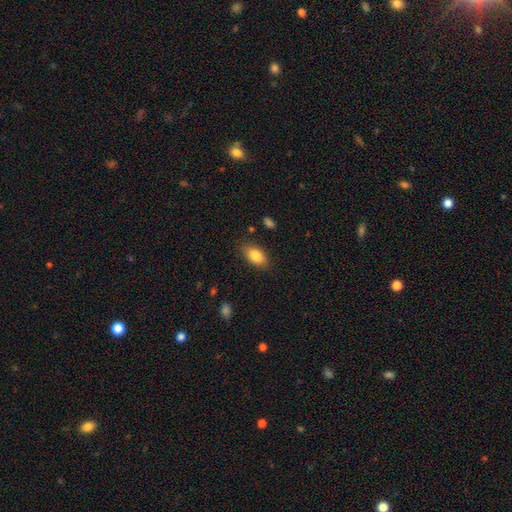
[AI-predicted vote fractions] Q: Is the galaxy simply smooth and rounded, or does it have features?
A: smooth — 85%.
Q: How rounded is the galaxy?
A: in between — 89%.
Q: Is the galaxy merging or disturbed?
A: none — 83%.